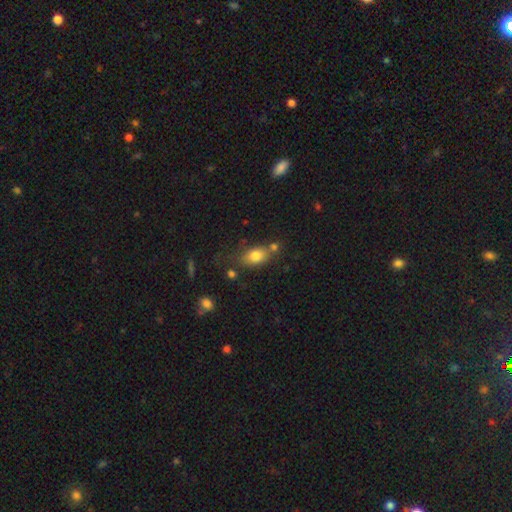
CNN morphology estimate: This is likely a smooth galaxy (79%). How rounded: likely in between (78%). Merging: possibly none (56%).